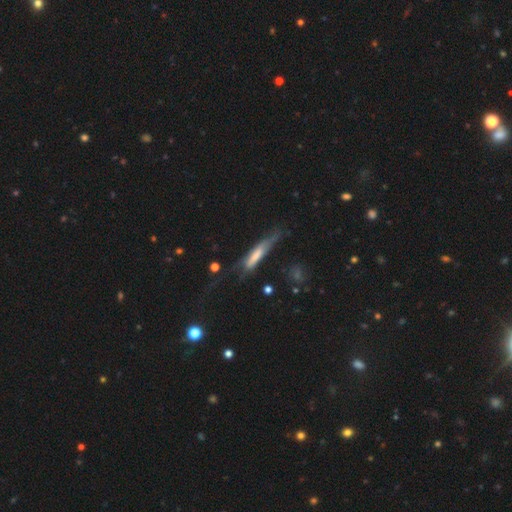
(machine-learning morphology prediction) Q: Smooth or featured?
A: smooth (56%); runner-up: featured or disk (37%)
Q: How rounded?
A: cigar-shaped (78%); runner-up: in between (20%)
Q: Merging?
A: none (34%); runner-up: major disturbance (32%)